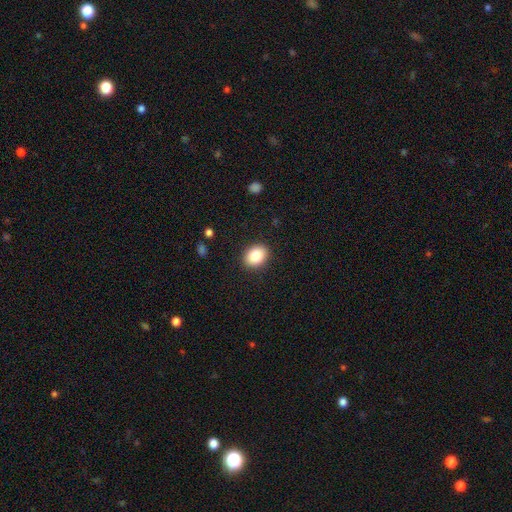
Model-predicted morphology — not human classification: smooth_or_featured: smooth (p=0.84) [alt: star or artifact p=0.08]
how_rounded: in between (p=0.58) [alt: round p=0.41]
merging: none (p=0.90) [alt: minor disturbance p=0.07]